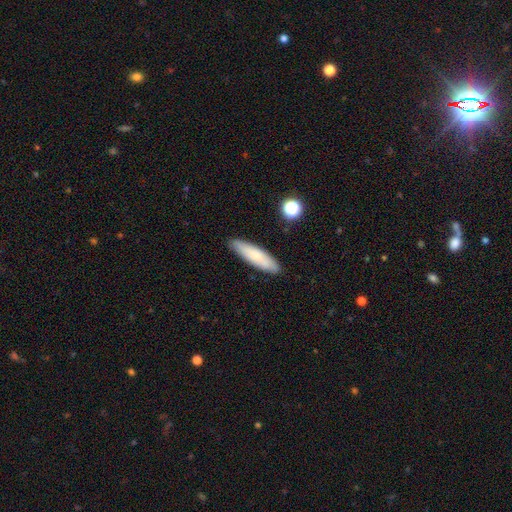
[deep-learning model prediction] Q: Smooth or featured?
A: smooth (74%); runner-up: featured or disk (20%)
Q: How rounded?
A: cigar-shaped (71%); runner-up: in between (27%)
Q: Merging?
A: none (88%); runner-up: minor disturbance (9%)